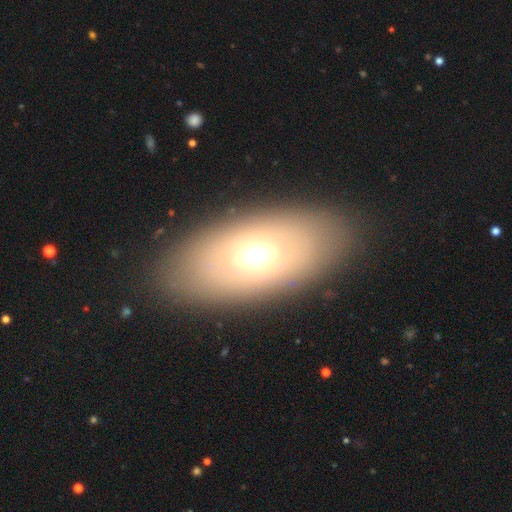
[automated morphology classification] Smooth or featured: smooth — 52% (featured or disk — 37%)
How rounded: in between — 89% (round — 8%)
Merging: none — 81% (minor disturbance — 11%)